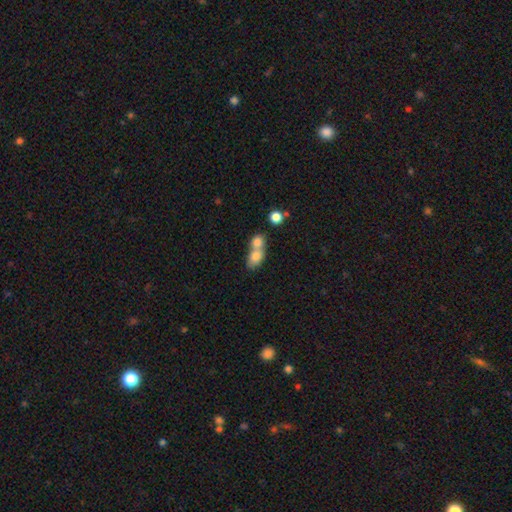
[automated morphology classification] The model was most divided on "how rounded": in between: 62%, round: 35%, cigar-shaped: 3%. More confident: smooth or featured — smooth (77%); merging — merger (70%).